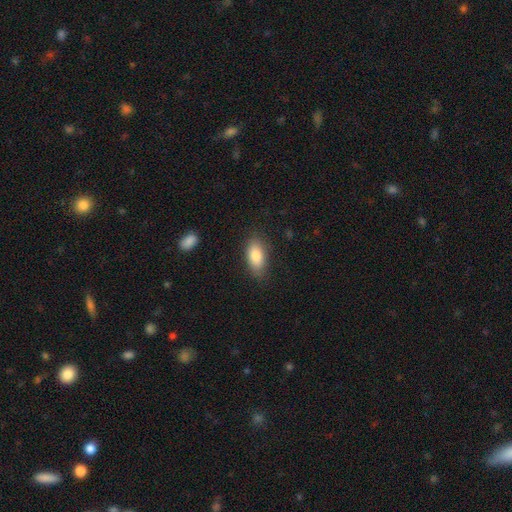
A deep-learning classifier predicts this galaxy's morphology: A smooth galaxy with no disk features (82%) that is in between round and cigar-shaped (88%).

Vote fractions:
- Smooth or featured? smooth: 82% / featured or disk: 11% / star or artifact: 7%
- How rounded? in between: 88% / cigar-shaped: 8% / round: 4%
- Merging? none: 81% / minor disturbance: 14% / major disturbance: 3% / merger: 1%